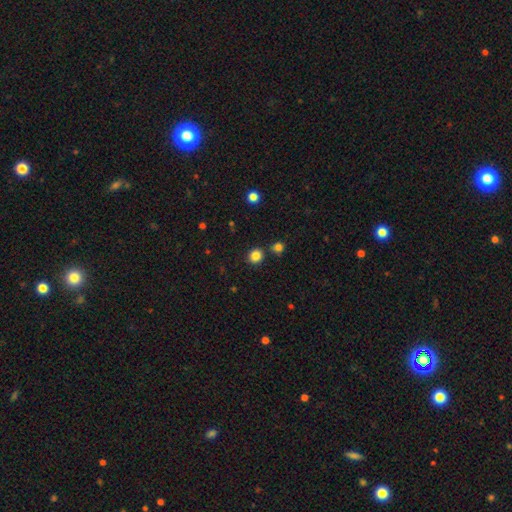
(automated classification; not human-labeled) Smooth or featured: smooth — 84% (star or artifact — 12%)
How rounded: round — 86% (in between — 13%)
Merging: none — 83% (minor disturbance — 7%)